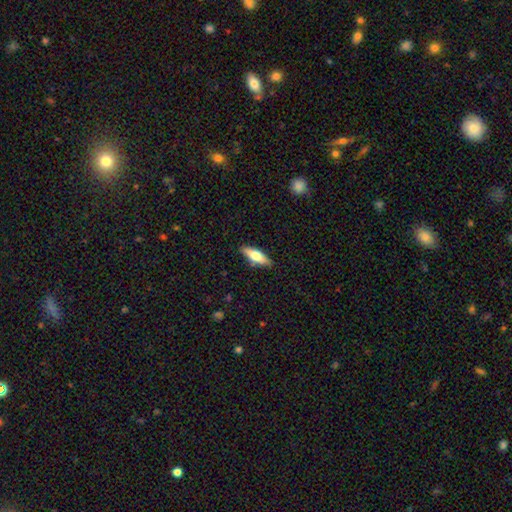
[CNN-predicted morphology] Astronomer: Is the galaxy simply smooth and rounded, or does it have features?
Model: smooth — 60%.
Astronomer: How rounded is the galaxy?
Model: in between — 53% (runner-up: cigar-shaped, 45%).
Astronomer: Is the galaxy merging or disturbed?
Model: none — 88%.